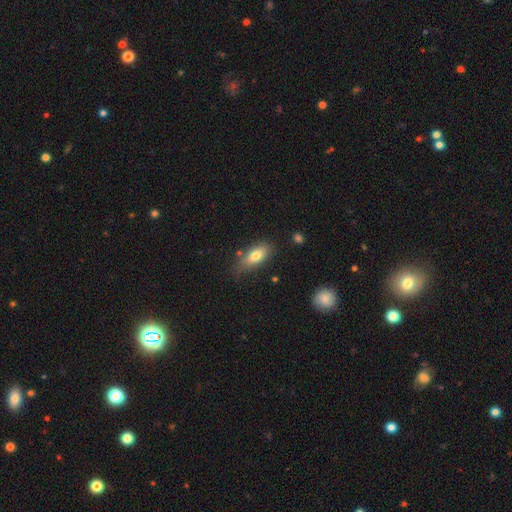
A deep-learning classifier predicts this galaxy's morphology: A smooth galaxy with no disk features (75%) that is in between round and cigar-shaped (83%). Merging: none (65%).